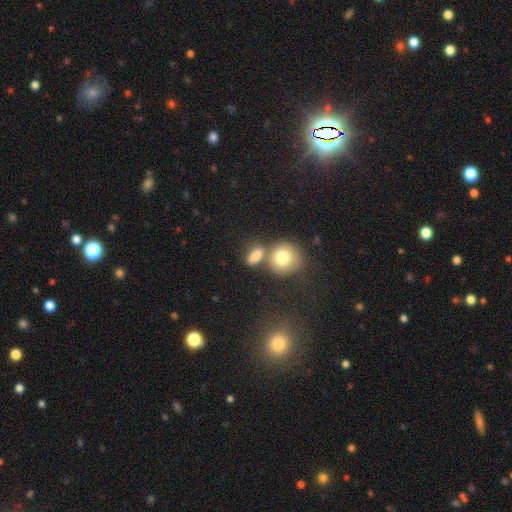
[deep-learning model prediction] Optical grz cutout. It shows a smooth galaxy with no disk features (81%) that is in between round and cigar-shaped (61%). Merging: none (49%).